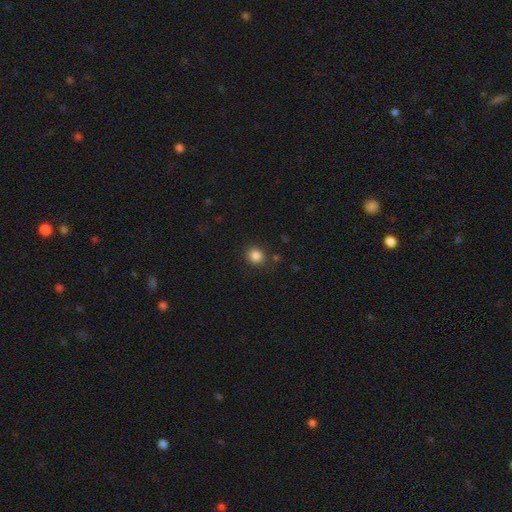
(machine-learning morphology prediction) This is clearly a smooth galaxy (85%). How rounded: likely round (80%). Merging: clearly none (86%).